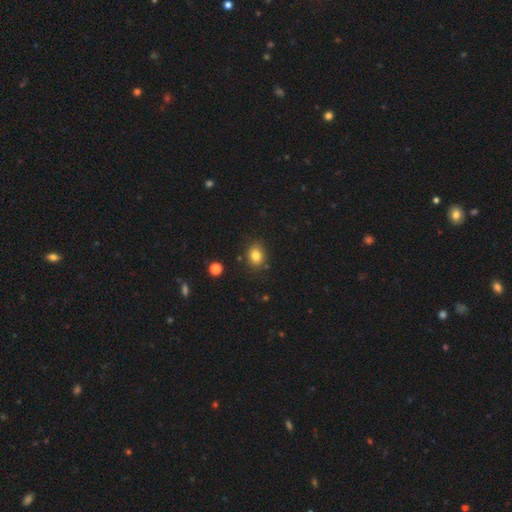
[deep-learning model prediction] Smooth or featured?
  - smooth: 82% *
  - star or artifact: 11%
  - featured or disk: 7%
How rounded?
  - in between: 51% *
  - round: 48%
  - cigar-shaped: 1%
Merging?
  - none: 83% *
  - minor disturbance: 11%
  - merger: 3%
  - major disturbance: 3%